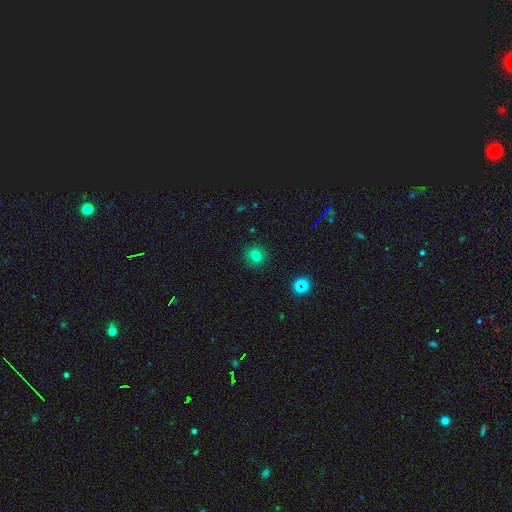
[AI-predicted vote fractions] The model was most divided on "smooth or featured": smooth: 74%, star or artifact: 18%, featured or disk: 9%. More confident: merging — none (90%); how rounded — round (88%).